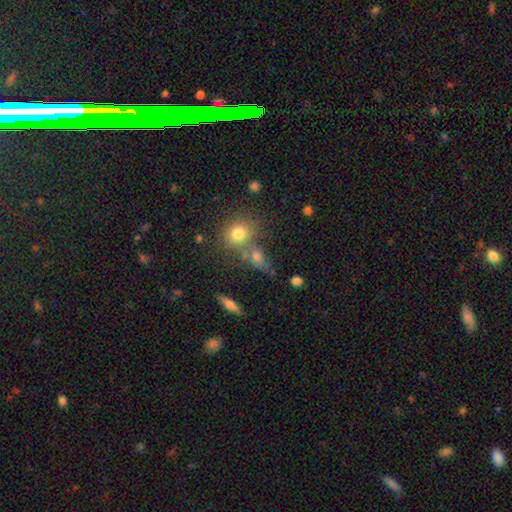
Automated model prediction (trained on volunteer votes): Smooth or featured? Predicted: smooth (p=0.66). How rounded? Predicted: in between (p=0.54). Merging? Predicted: none (p=0.48).